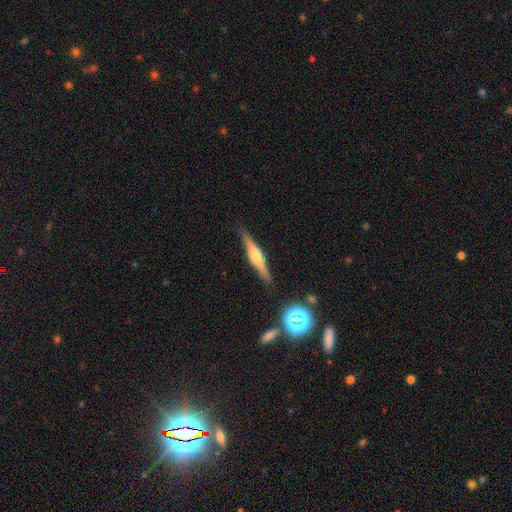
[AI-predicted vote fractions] This appears to be a featured or disk galaxy (71%) viewed edge-on (97%) with a rounded central bulge (84%). Merging: none (89%).